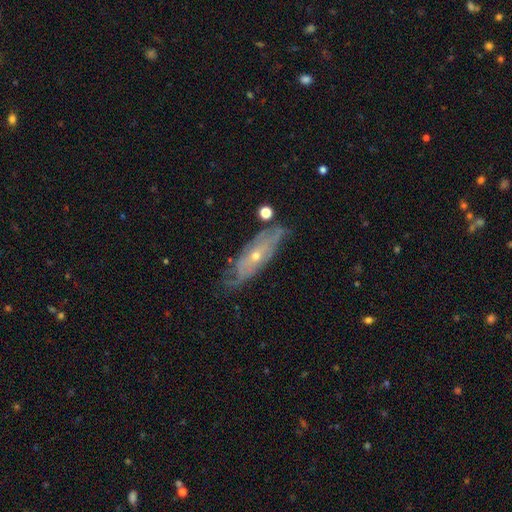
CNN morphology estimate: Overall: featured or disk (73%). Edge-on disk: no (72%). Bar: no (79%). Spiral arms: yes (75%). Bulge size: small (65%; moderate 32%). Merging: none (64%).